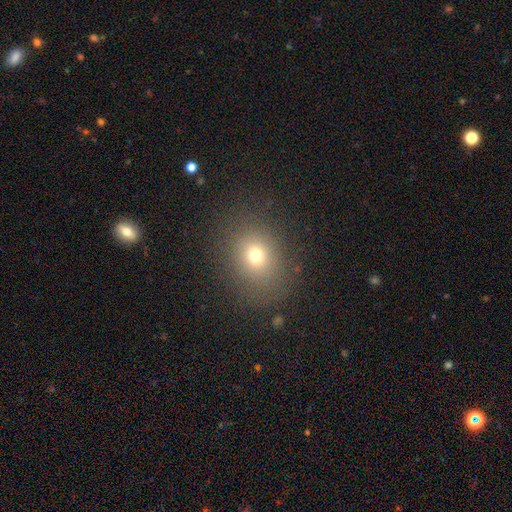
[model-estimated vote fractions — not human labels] Q: Smooth or featured?
A: smooth (69%); runner-up: star or artifact (19%)
Q: How rounded?
A: round (59%); runner-up: in between (40%)
Q: Merging?
A: none (81%); runner-up: minor disturbance (11%)